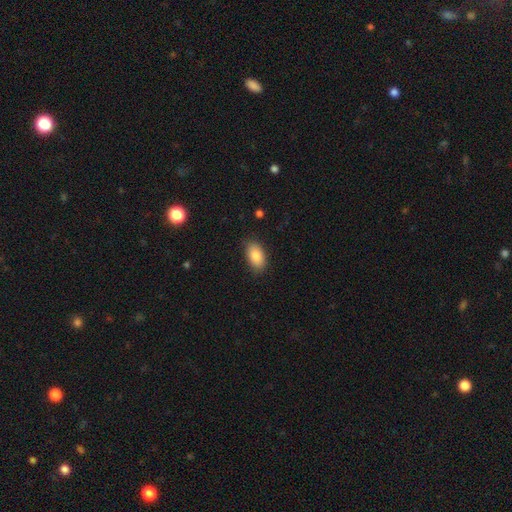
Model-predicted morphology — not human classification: Smooth or featured?
  - smooth: 86% *
  - star or artifact: 7%
  - featured or disk: 6%
How rounded?
  - in between: 93% *
  - round: 5%
  - cigar-shaped: 2%
Merging?
  - none: 85% *
  - minor disturbance: 11%
  - major disturbance: 3%
  - merger: 1%